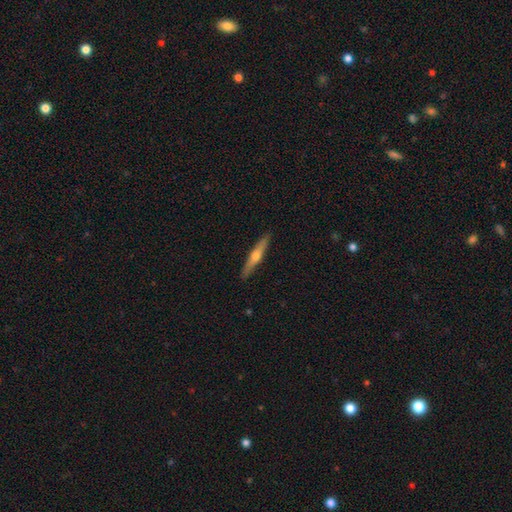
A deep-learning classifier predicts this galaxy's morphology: This is possibly a featured or disk galaxy (59%). It is clearly viewed edge-on (96%). Edge-on bulge: clearly rounded (89%). Merging: clearly none (91%).